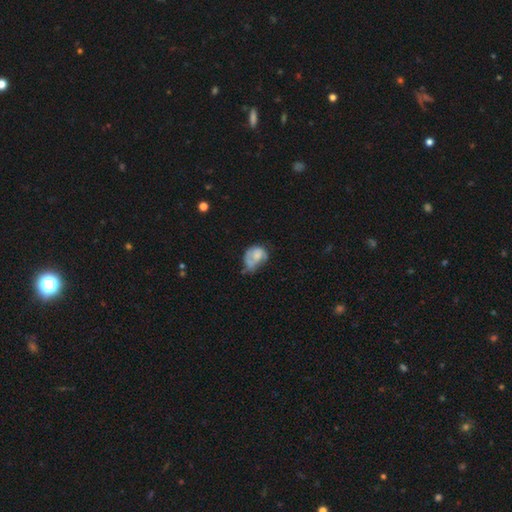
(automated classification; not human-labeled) A smooth galaxy with no disk features (55%) that is in between round and cigar-shaped (65%).

Vote fractions:
- Smooth or featured? smooth: 55% / featured or disk: 36% / star or artifact: 9%
- How rounded? in between: 65% / round: 34% / cigar-shaped: 1%
- Merging? minor disturbance: 33% / major disturbance: 31% / none: 26% / merger: 9%